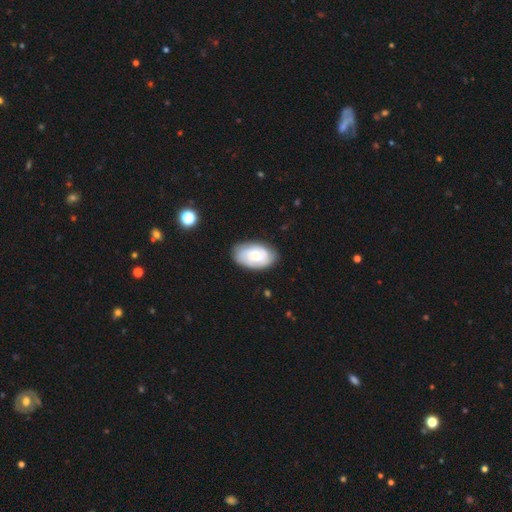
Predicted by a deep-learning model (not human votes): Smooth or featured?
  - featured or disk: 49% *
  - smooth: 44%
  - star or artifact: 7%
Merging?
  - none: 78% *
  - minor disturbance: 16%
  - major disturbance: 4%
  - merger: 1%